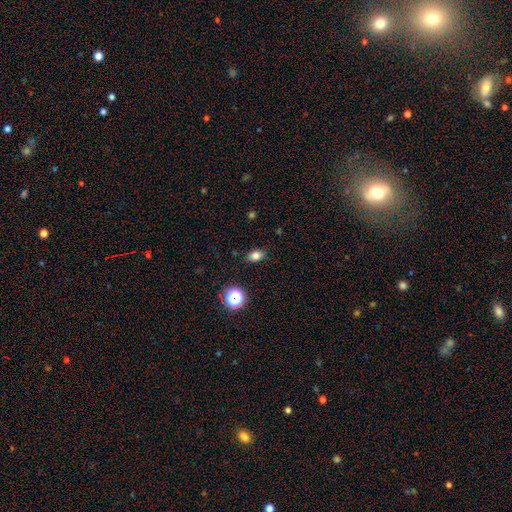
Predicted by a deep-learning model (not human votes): Morphology: type=smooth (79%); roundness=in between (77%); merging=none (86%).